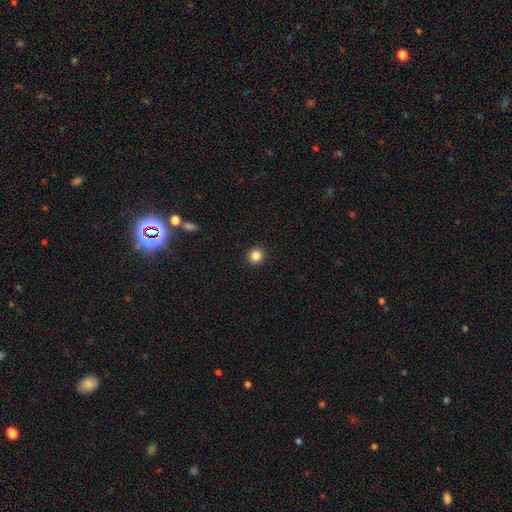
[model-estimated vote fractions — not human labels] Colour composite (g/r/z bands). It shows a smooth galaxy with no disk features (85%) that is round (93%). Merging: none (93%).